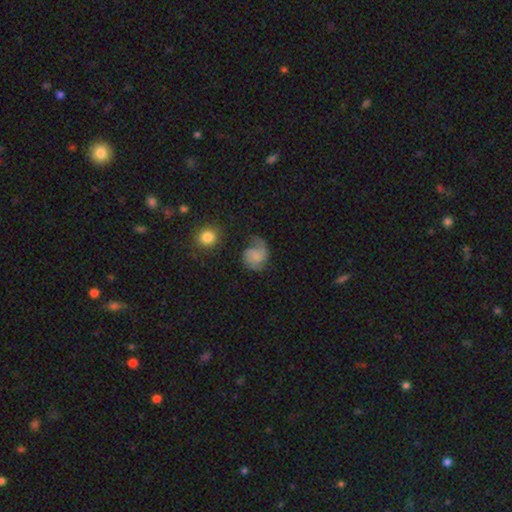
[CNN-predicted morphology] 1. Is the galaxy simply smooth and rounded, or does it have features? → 61% featured or disk, 30% smooth, 8% star or artifact.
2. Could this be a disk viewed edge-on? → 98% no, 2% yes.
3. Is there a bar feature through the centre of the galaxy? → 66% no, 29% weak, 5% strong.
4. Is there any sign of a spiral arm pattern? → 93% yes, 7% no.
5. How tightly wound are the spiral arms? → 43% medium, 37% loose, 20% tight.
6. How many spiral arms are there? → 63% 2, 26% 1, 6% can't tell, 3% 3, 1% 4, 1% more than 4.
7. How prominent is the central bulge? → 47% none, 33% small, 14% moderate, 4% large, 2% dominant.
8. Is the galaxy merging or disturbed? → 50% none, 24% minor disturbance, 22% major disturbance, 3% merger.